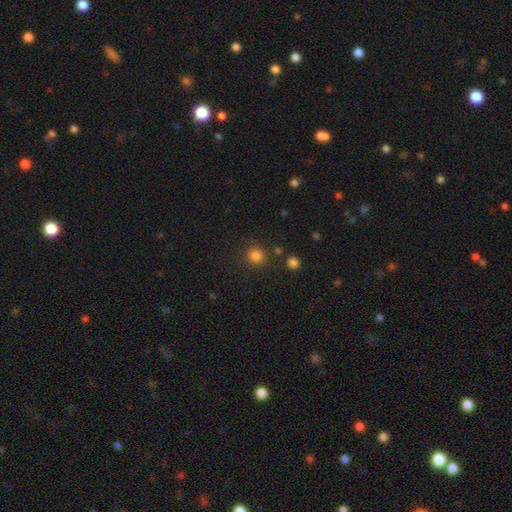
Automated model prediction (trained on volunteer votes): smooth_or_featured: smooth (p=0.83) [alt: star or artifact p=0.13]
how_rounded: round (p=0.91) [alt: in between p=0.08]
merging: none (p=0.83) [alt: minor disturbance p=0.08]